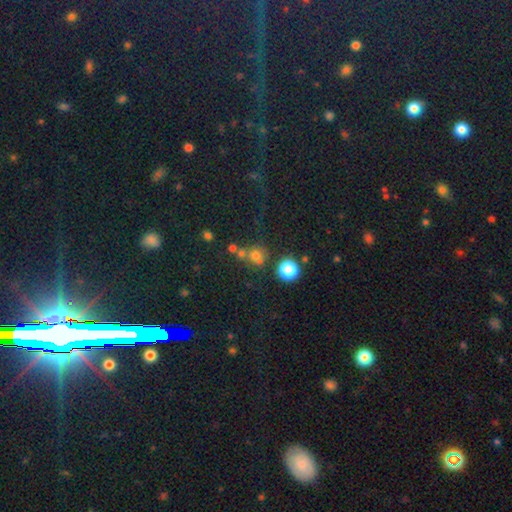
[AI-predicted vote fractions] smooth_or_featured: smooth (p=0.67) [alt: star or artifact p=0.24]
how_rounded: round (p=0.88) [alt: in between p=0.11]
merging: none (p=0.60) [alt: merger p=0.25]